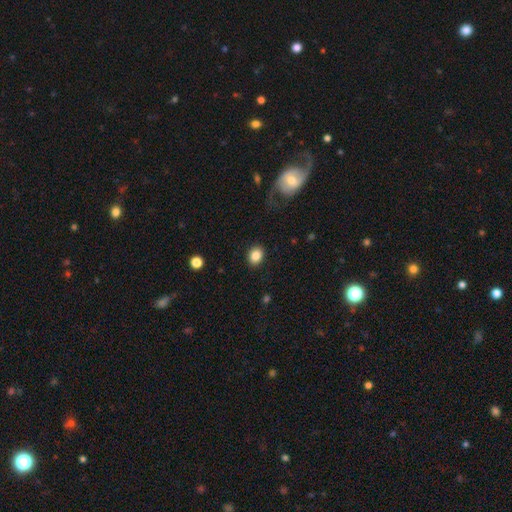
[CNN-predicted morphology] Smooth or featured?
  - smooth: 86% *
  - star or artifact: 9%
  - featured or disk: 5%
How rounded?
  - in between: 52% *
  - round: 47%
  - cigar-shaped: 1%
Merging?
  - none: 89% *
  - minor disturbance: 8%
  - major disturbance: 3%
  - merger: 1%